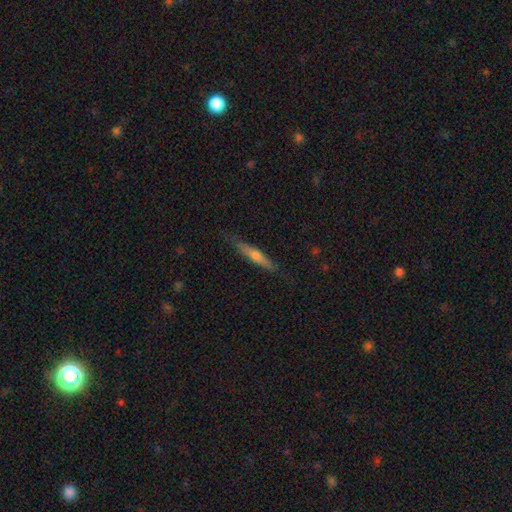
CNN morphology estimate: Smooth or featured? featured or disk (51%)
Edge-on disk? yes (94%)
Merging? none (82%)